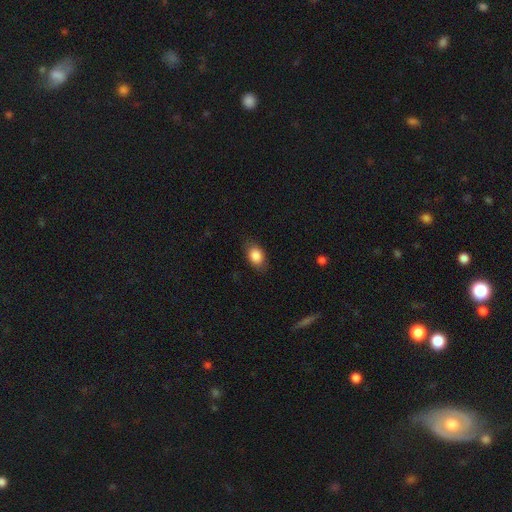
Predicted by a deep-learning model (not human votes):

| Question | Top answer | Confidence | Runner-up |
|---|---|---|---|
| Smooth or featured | smooth | 85% | star or artifact (8%) |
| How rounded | in between | 80% | round (18%) |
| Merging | none | 80% | minor disturbance (15%) |